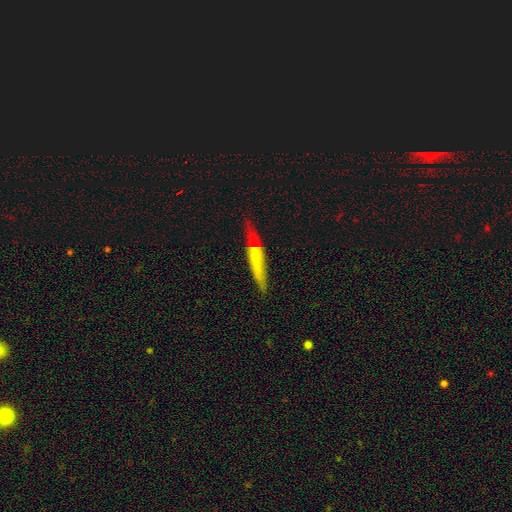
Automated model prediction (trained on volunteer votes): Morphology: type=smooth (50%); merging=none (71%).